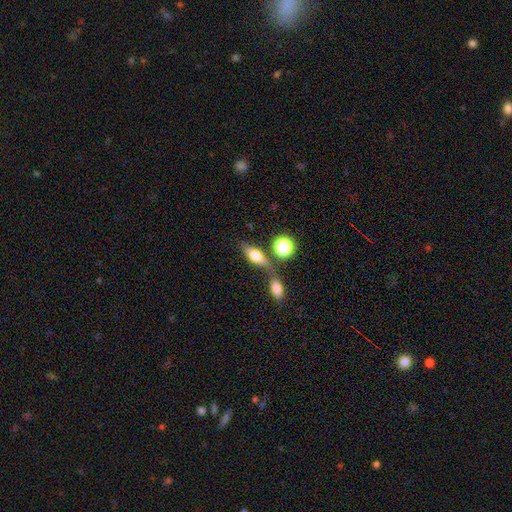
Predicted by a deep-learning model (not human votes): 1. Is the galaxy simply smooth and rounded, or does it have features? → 63% smooth, 26% featured or disk, 11% star or artifact.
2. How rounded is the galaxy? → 65% in between, 23% cigar-shaped, 12% round.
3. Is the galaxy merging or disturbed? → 53% none, 28% merger, 13% minor disturbance, 6% major disturbance.